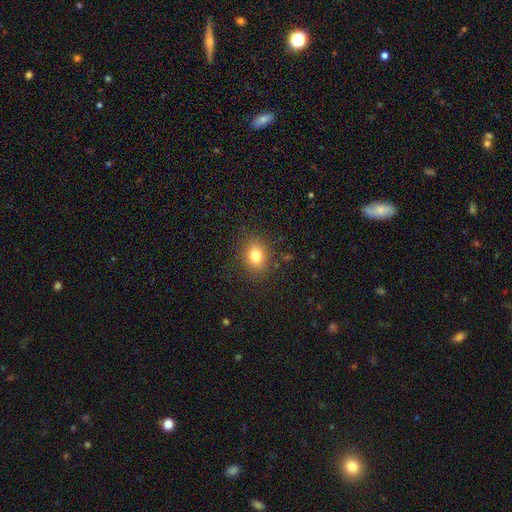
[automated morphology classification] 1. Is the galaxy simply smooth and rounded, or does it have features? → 80% smooth, 12% star or artifact, 8% featured or disk.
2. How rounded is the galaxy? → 50% in between, 49% round, 1% cigar-shaped.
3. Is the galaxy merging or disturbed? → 86% none, 9% minor disturbance, 3% major disturbance, 1% merger.